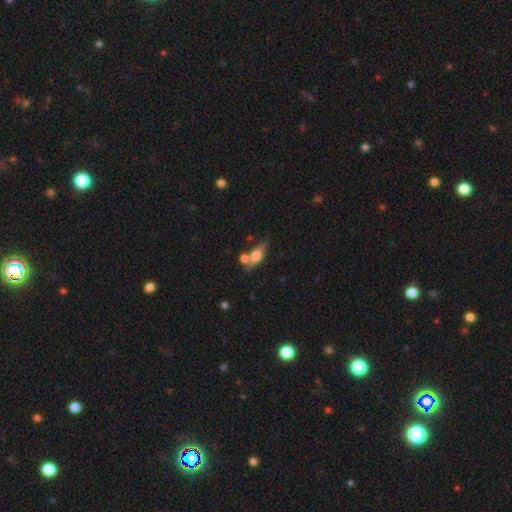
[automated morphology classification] Overall: smooth (58%; featured or disk 33%). How rounded: in between (68%). Merging: none (52%; merger 23%).